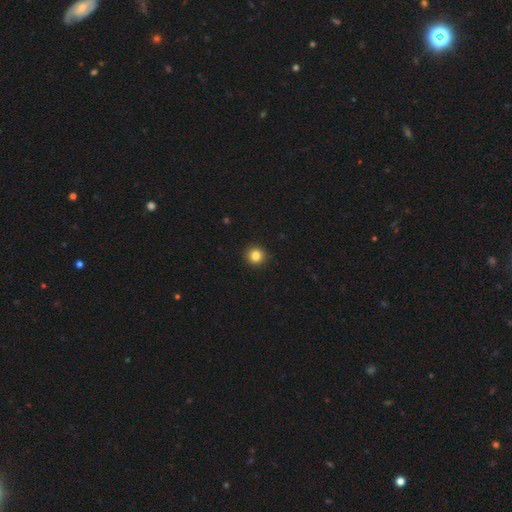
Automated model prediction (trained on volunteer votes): Smooth or featured? smooth (84%)
How rounded? round (94%)
Merging? none (93%)